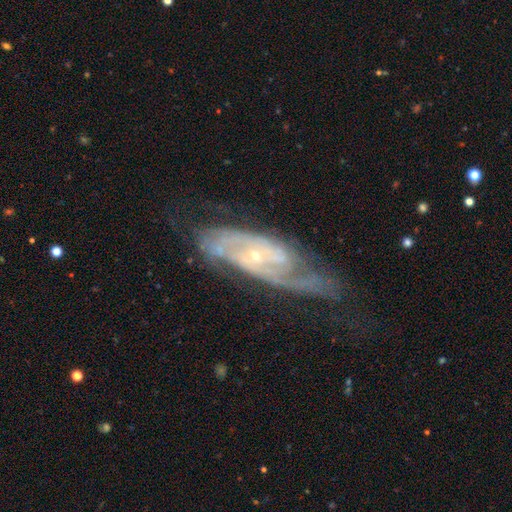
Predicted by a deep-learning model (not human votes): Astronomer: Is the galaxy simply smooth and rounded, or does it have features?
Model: featured or disk — 87%.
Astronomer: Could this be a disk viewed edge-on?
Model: no — 90%.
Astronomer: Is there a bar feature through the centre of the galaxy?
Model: no — 58%.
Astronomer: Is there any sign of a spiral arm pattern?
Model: yes — 96%.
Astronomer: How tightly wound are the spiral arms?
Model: tight — 52% (runner-up: medium, 38%).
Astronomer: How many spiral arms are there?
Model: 2 — 53%.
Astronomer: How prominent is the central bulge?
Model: small — 76%.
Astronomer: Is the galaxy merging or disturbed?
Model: none — 60%.